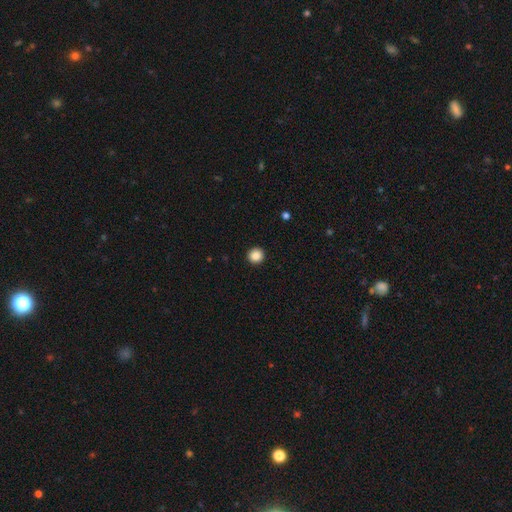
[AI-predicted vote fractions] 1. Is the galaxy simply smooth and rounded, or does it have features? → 88% smooth, 10% star or artifact, 2% featured or disk.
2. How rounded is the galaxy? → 95% round, 4% in between, 1% cigar-shaped.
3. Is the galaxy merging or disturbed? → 94% none, 4% minor disturbance, 1% major disturbance, 1% merger.